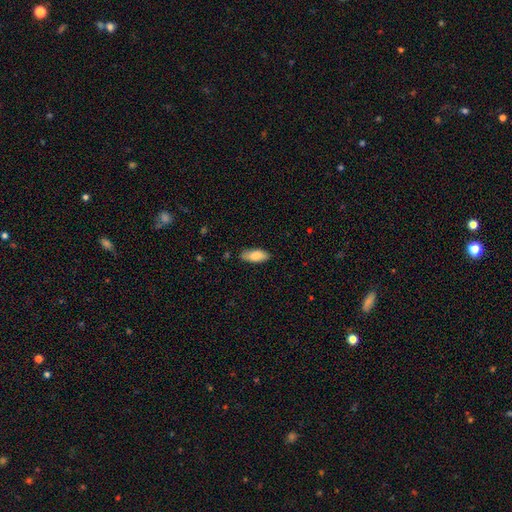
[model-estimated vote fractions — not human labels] A smooth galaxy with no disk features (84%) that is in between round and cigar-shaped (82%).

Vote fractions:
- Smooth or featured? smooth: 84% / featured or disk: 10% / star or artifact: 6%
- How rounded? in between: 82% / cigar-shaped: 16% / round: 2%
- Merging? none: 85% / minor disturbance: 12% / major disturbance: 2% / merger: 1%